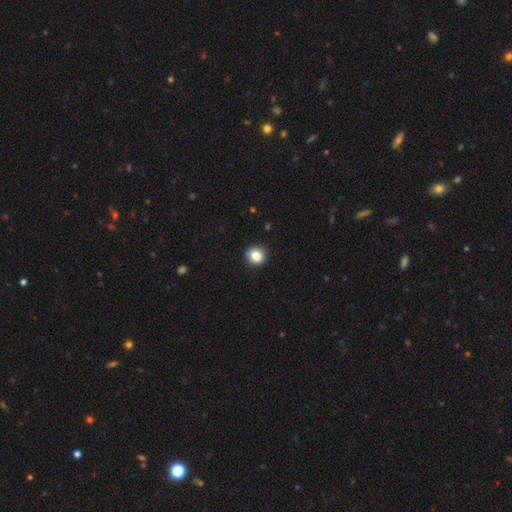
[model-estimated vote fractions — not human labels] Smooth or featured: smooth — 85% (star or artifact — 10%)
How rounded: round — 82% (in between — 17%)
Merging: none — 89% (minor disturbance — 8%)